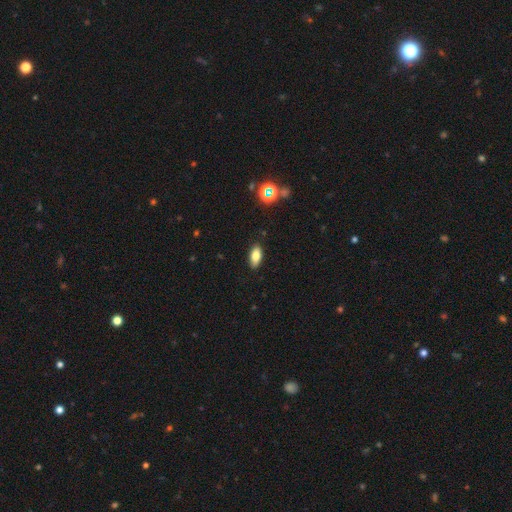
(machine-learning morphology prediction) type=smooth (79%); roundness=in between (87%); merging=none (88%).